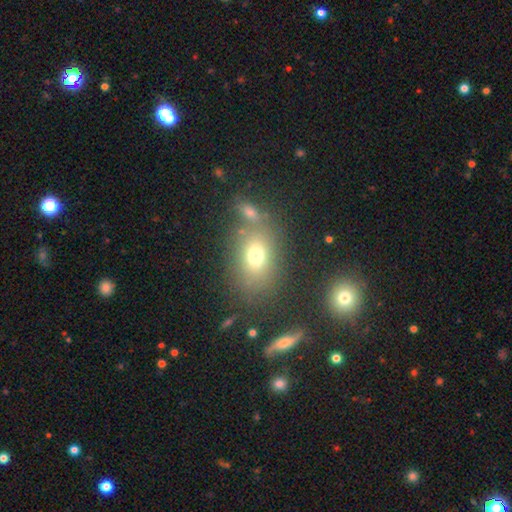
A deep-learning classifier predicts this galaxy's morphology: Overall: smooth (71%). How rounded: in between (66%; round 32%). Merging: none (66%).